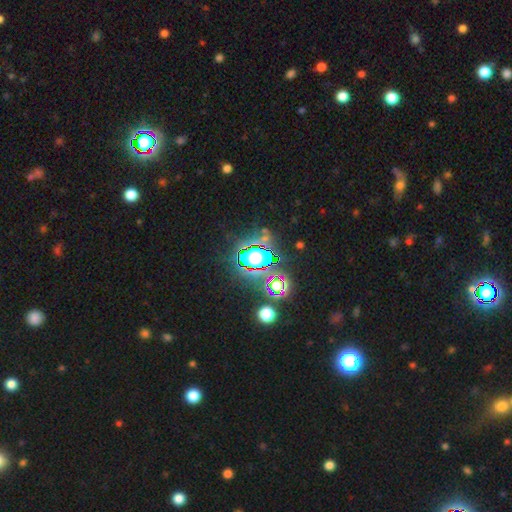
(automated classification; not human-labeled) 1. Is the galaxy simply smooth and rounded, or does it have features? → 79% star or artifact, 13% smooth, 9% featured or disk.